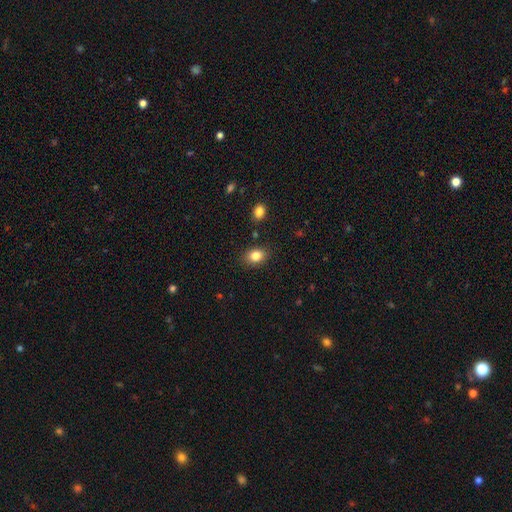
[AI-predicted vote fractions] This is clearly a smooth galaxy (83%). How rounded: likely in between (71%). Merging: clearly none (85%).